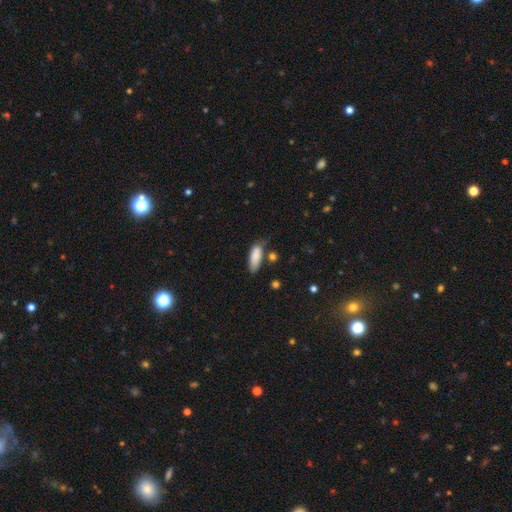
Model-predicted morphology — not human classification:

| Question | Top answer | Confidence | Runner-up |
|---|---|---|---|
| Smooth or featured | smooth | 86% | featured or disk (8%) |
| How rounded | in between | 71% | cigar-shaped (27%) |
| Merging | none | 56% | minor disturbance (30%) |